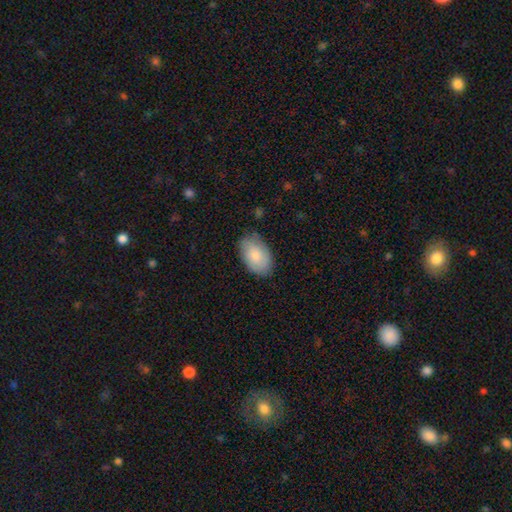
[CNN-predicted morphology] A smooth galaxy with no disk features (81%) that is in between round and cigar-shaped (93%). Merging: none (78%).